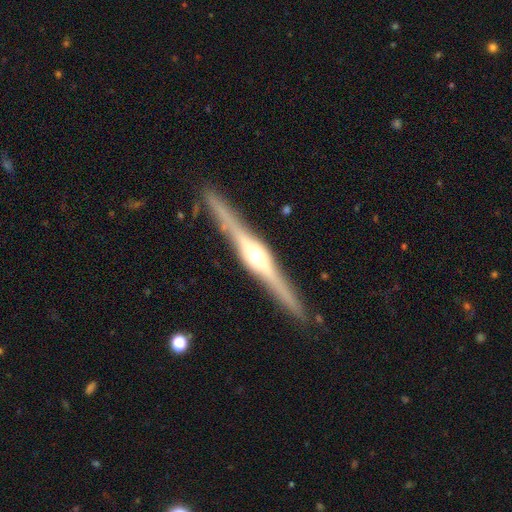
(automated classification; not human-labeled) This appears to be a featured or disk galaxy (86%) viewed edge-on (98%) with a rounded central bulge (85%). Merging: none (90%).